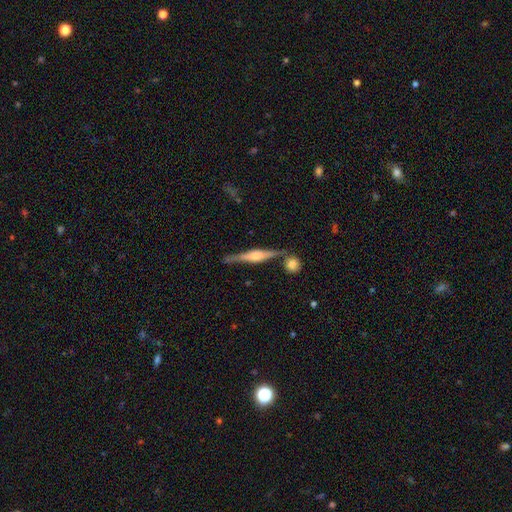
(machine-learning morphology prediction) Q: Smooth or featured?
A: featured or disk (80%); runner-up: smooth (15%)
Q: Edge-on disk?
A: yes (97%); runner-up: no (3%)
Q: Edge-on bulge?
A: rounded (71%); runner-up: boxy (25%)
Q: Merging?
A: none (80%); runner-up: minor disturbance (11%)